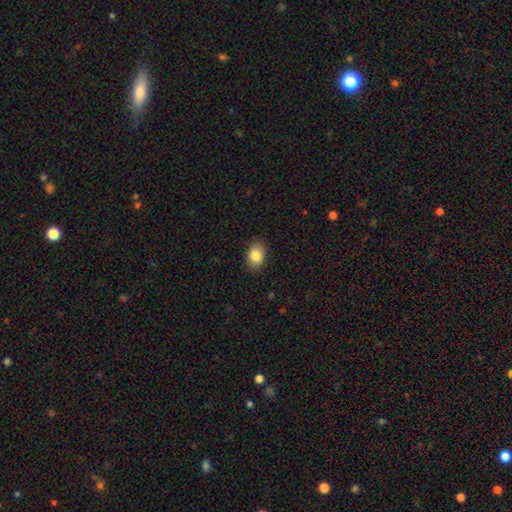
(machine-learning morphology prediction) A smooth galaxy with no disk features (85%) that is in between round and cigar-shaped (79%). Merging: none (87%).